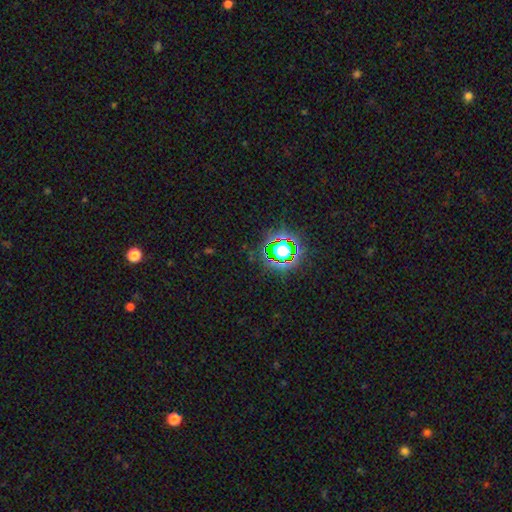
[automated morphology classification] This is likely a star or artifact rather than a galaxy (77%).